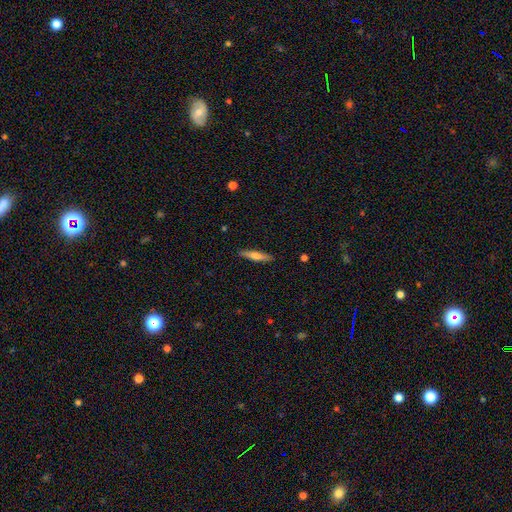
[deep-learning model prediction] Smooth or featured? Predicted: smooth (p=0.57). How rounded? Predicted: cigar-shaped (p=0.86). Merging? Predicted: none (p=0.89).